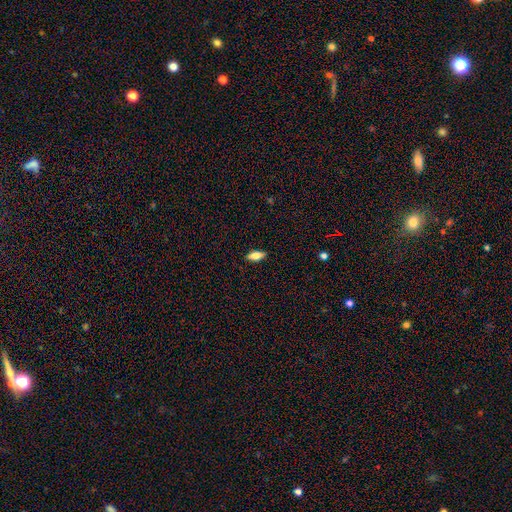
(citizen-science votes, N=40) Volunteers were most divided on "smooth or featured": smooth: 75%, featured or disk: 18%, star or artifact: 8%. More confident: merging — none (89%); how rounded — in between (87%).